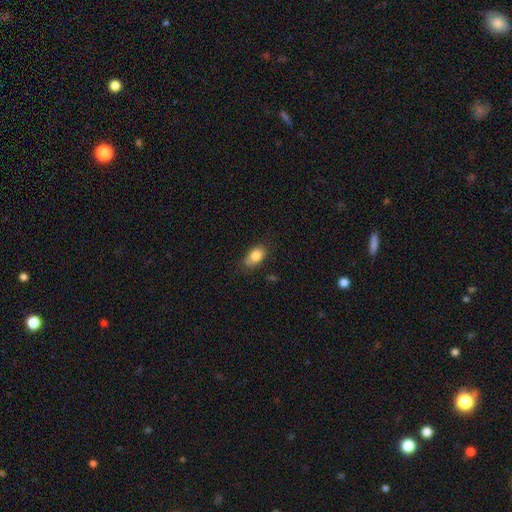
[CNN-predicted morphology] Overall: smooth (83%). How rounded: in between (83%). Merging: none (66%).